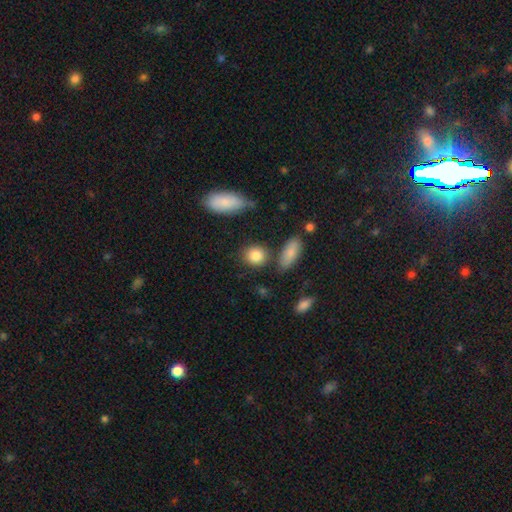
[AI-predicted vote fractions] This is clearly a smooth galaxy (85%). How rounded: likely round (69%). Merging: likely none (76%).